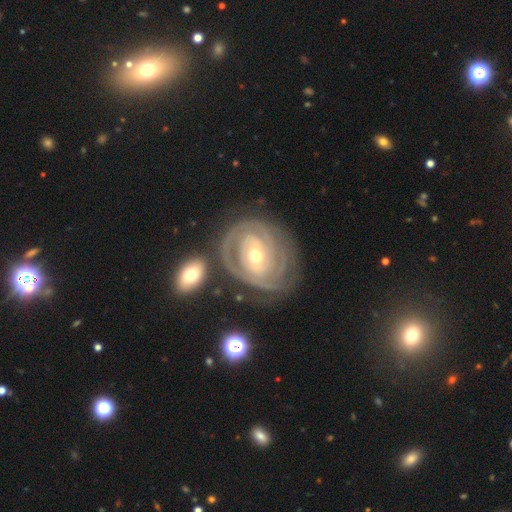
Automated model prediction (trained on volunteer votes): This is clearly a featured or disk galaxy (89%). It is clearly not viewed edge-on (97%). Bar: marginally no (41%). Spiral arm pattern: clearly yes (94%). Spiral arm count: marginally can't tell (30%). Spiral winding: clearly tight (81%). Central bulge: possibly moderate (58%). Merging: likely none (69%).